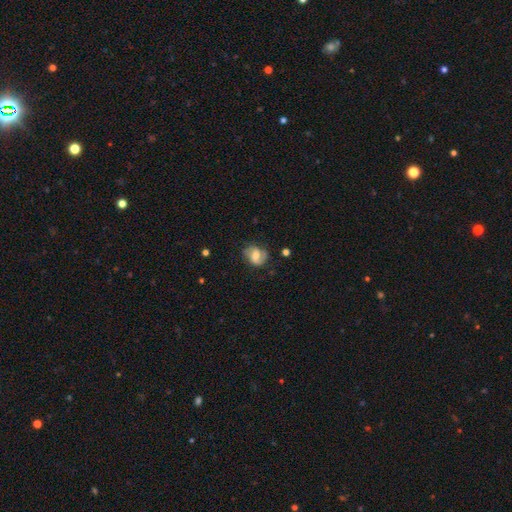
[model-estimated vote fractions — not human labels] featured or disk 59%, smooth 33%, star or artifact 8%. Down the decision tree: edge-on disk — no (97%); bar — weak (44%); spiral arms — yes (86%); bulge size — moderate (65%); merging — none (69%).